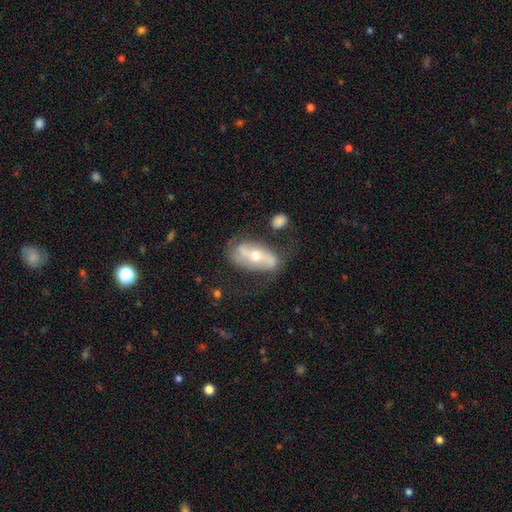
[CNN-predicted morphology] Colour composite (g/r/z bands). It shows a featured or disk galaxy (67%) with no bar (39%), spiral arms (71%) and a moderate central bulge (64%). Merging: none (59%).